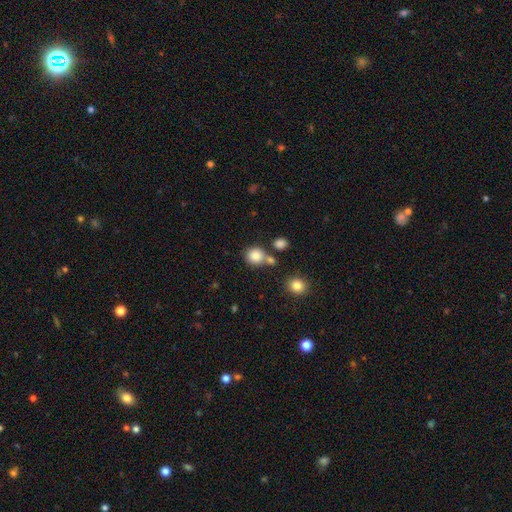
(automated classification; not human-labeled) A smooth galaxy with no disk features (83%) that is round (88%).

Vote fractions:
- Smooth or featured? smooth: 83% / star or artifact: 11% / featured or disk: 6%
- How rounded? round: 88% / in between: 11% / cigar-shaped: 1%
- Merging? none: 64% / merger: 22% / minor disturbance: 10% / major disturbance: 4%